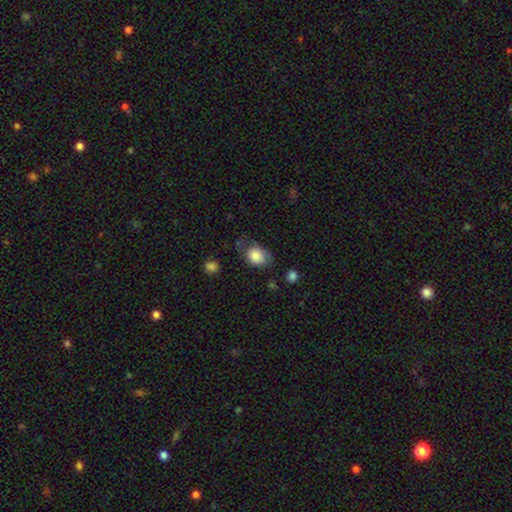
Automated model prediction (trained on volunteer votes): Q: Smooth or featured?
A: smooth (80%); runner-up: featured or disk (12%)
Q: How rounded?
A: in between (66%); runner-up: round (33%)
Q: Merging?
A: none (48%); runner-up: minor disturbance (33%)